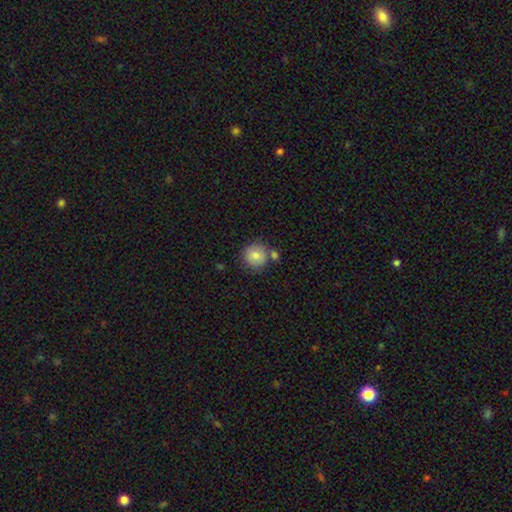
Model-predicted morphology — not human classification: A smooth galaxy with no disk features (82%) that is round (91%). Merging: none (66%).